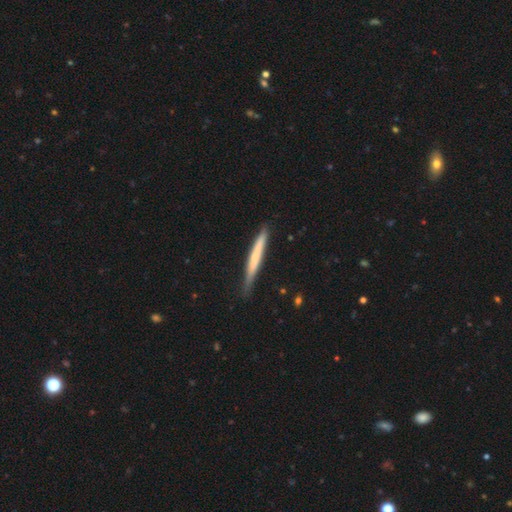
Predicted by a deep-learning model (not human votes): smooth 54%, featured or disk 40%, star or artifact 6%. Down the decision tree: how rounded — cigar-shaped (96%); merging — none (80%).